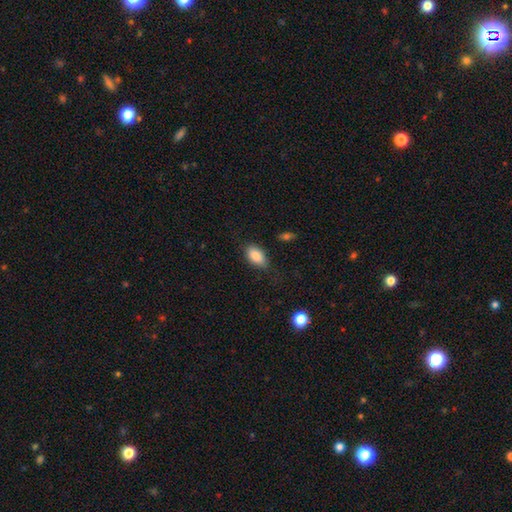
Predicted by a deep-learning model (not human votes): Smooth or featured: smooth — 85% (featured or disk — 8%)
How rounded: in between — 91% (round — 7%)
Merging: none — 77% (minor disturbance — 17%)